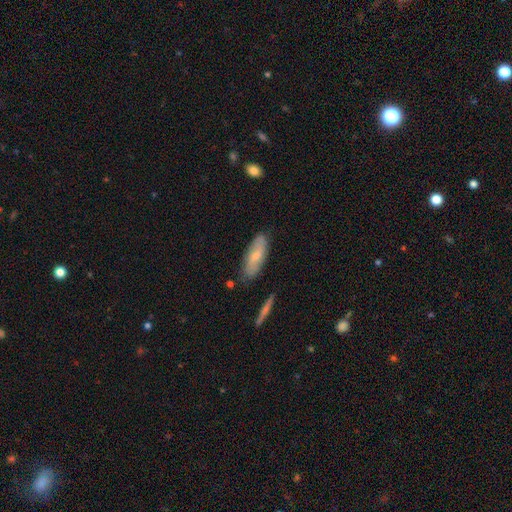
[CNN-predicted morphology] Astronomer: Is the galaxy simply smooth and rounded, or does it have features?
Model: smooth — 59% (runner-up: featured or disk, 35%).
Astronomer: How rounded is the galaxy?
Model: in between — 67%.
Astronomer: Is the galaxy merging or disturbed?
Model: none — 79%.